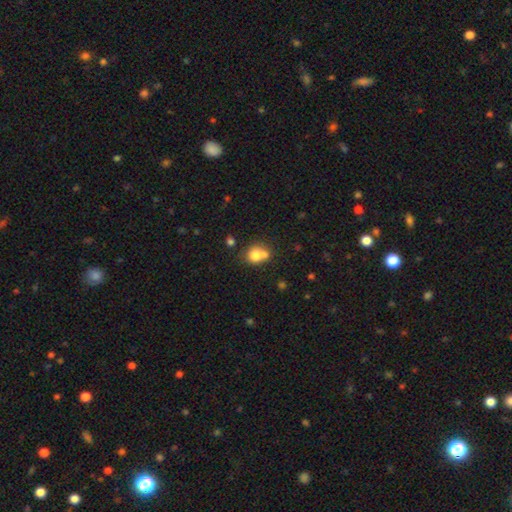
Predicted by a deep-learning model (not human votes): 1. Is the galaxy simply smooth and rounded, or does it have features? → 76% smooth, 13% featured or disk, 11% star or artifact.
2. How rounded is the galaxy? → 64% round, 35% in between, 1% cigar-shaped.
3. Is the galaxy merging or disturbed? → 48% merger, 35% none, 12% minor disturbance, 5% major disturbance.